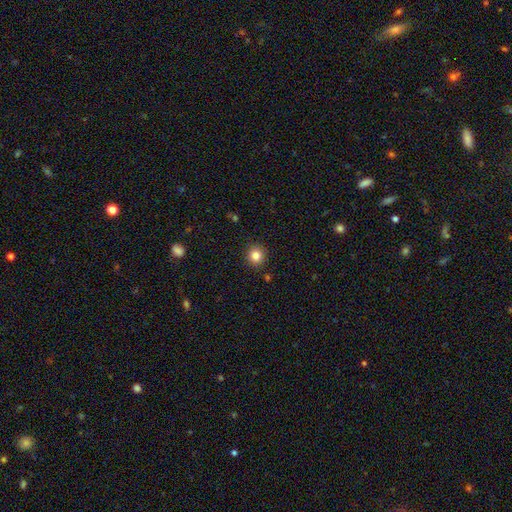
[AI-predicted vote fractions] Smooth or featured? Predicted: smooth (p=0.83). How rounded? Predicted: round (p=0.92). Merging? Predicted: none (p=0.91).